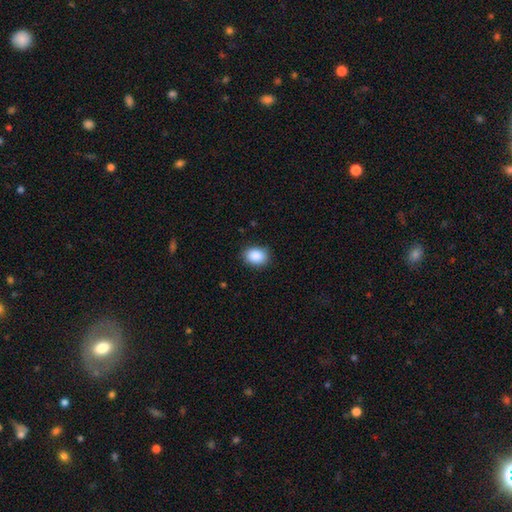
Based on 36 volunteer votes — Smooth or featured? smooth (89%)
How rounded? in between (78%)
Merging? none (89%)